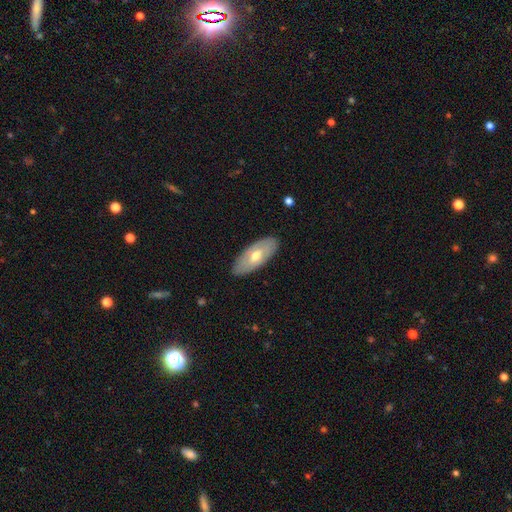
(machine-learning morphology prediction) This is possibly a smooth galaxy (50%). How rounded: clearly in between (84%). Merging: clearly none (87%).